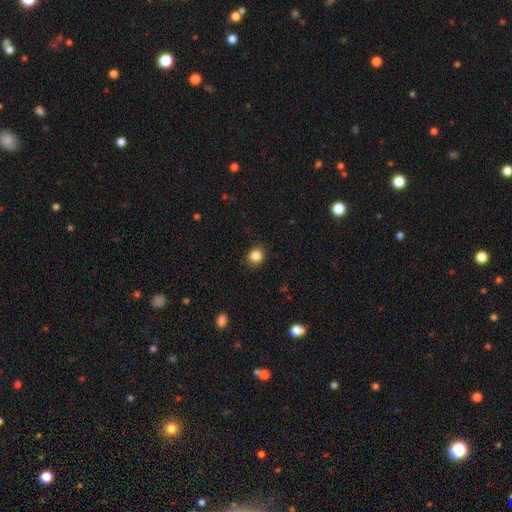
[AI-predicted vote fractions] Smooth or featured: smooth — 85% (star or artifact — 11%)
How rounded: round — 77% (in between — 22%)
Merging: none — 83% (minor disturbance — 13%)